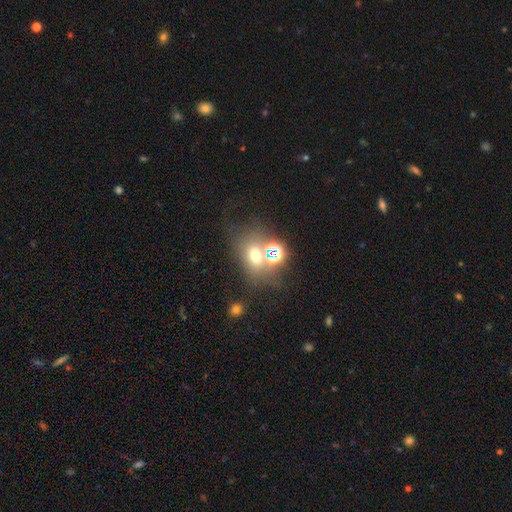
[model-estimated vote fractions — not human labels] This appears to be a smooth galaxy with no disk features (58%) that is in between round and cigar-shaped (52%). Merging: none (49%).